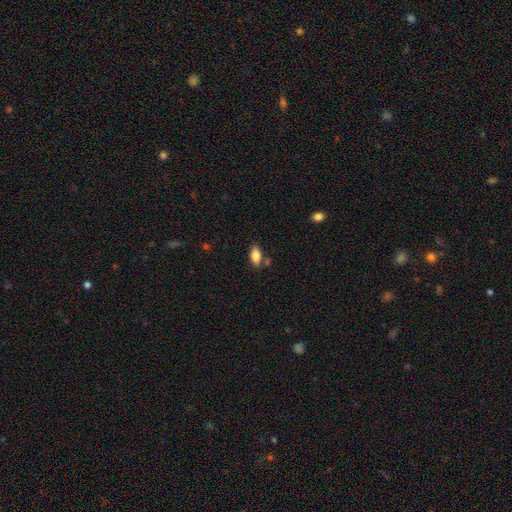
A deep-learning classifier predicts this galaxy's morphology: Overall: smooth (85%). How rounded: in between (89%). Merging: none (74%).